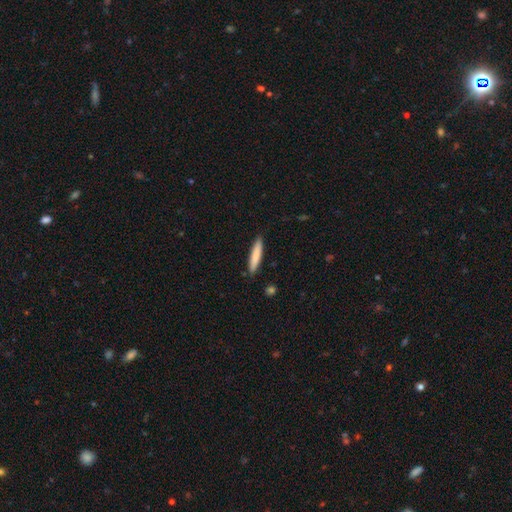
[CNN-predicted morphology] Overall: smooth (82%). How rounded: cigar-shaped (89%). Merging: none (89%).